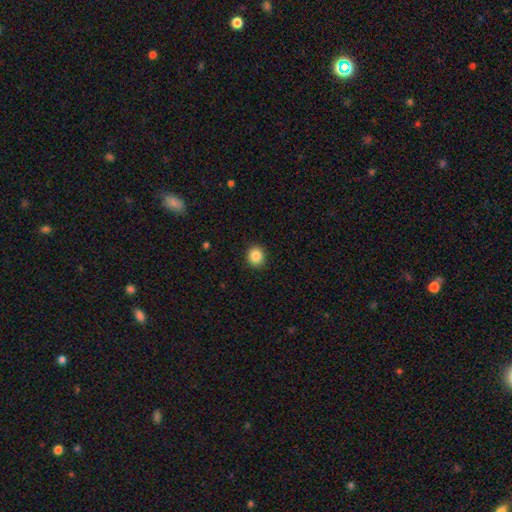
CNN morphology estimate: Smooth or featured?
  - smooth: 86% *
  - star or artifact: 9%
  - featured or disk: 4%
How rounded?
  - round: 84% *
  - in between: 15%
  - cigar-shaped: 1%
Merging?
  - none: 92% *
  - minor disturbance: 6%
  - major disturbance: 2%
  - merger: 1%